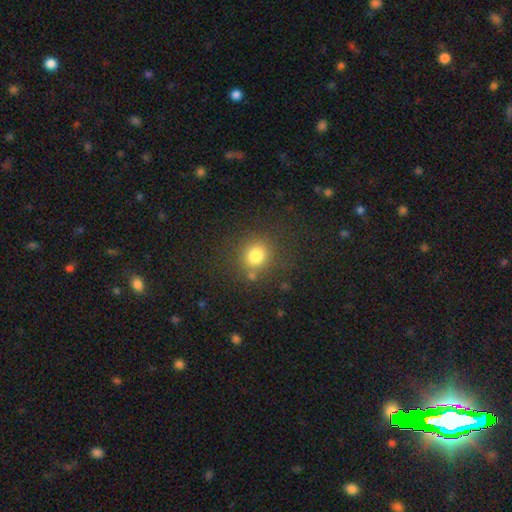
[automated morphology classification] Overall: smooth (78%). How rounded: round (85%). Merging: none (80%).